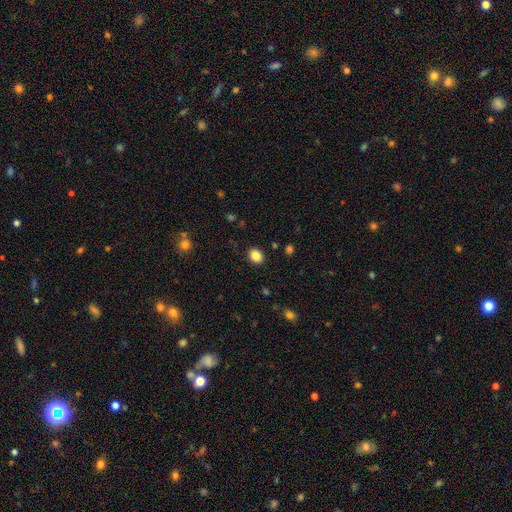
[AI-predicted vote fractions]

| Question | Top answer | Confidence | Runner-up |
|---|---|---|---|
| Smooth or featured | smooth | 86% | star or artifact (10%) |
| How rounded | round | 58% | in between (41%) |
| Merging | none | 89% | minor disturbance (8%) |